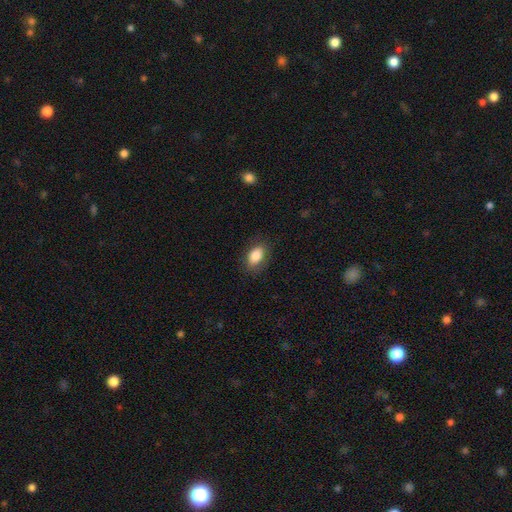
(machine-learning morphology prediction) This appears to be a smooth galaxy with no disk features (85%) that is in between round and cigar-shaped (88%). Merging: none (85%).